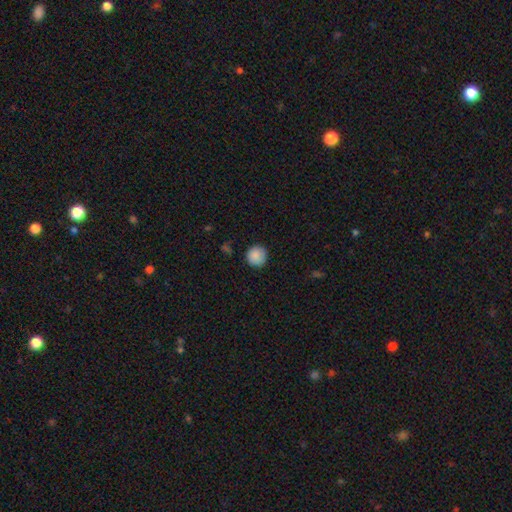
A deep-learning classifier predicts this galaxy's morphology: This is clearly a smooth galaxy (88%). How rounded: clearly round (94%). Merging: clearly none (86%).